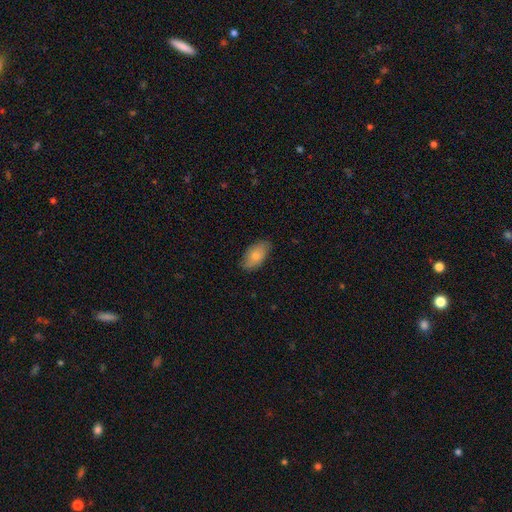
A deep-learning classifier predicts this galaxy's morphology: Overall: smooth (77%). How rounded: in between (94%). Merging: none (78%).